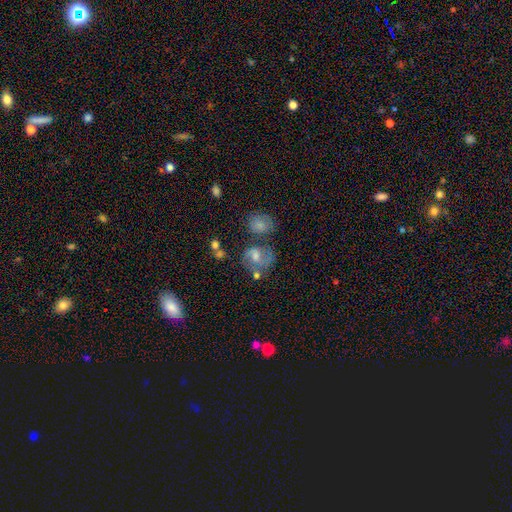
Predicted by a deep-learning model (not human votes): Smooth or featured?
  - featured or disk: 50% *
  - smooth: 36%
  - star or artifact: 14%
Merging?
  - none: 51% *
  - minor disturbance: 19%
  - merger: 17%
  - major disturbance: 13%